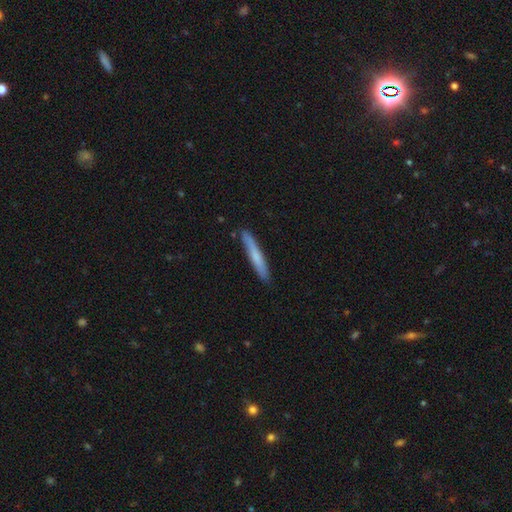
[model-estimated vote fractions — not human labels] The model was most divided on "smooth or featured": smooth: 67%, featured or disk: 28%, star or artifact: 5%. More confident: how rounded — cigar-shaped (96%); merging — none (88%).